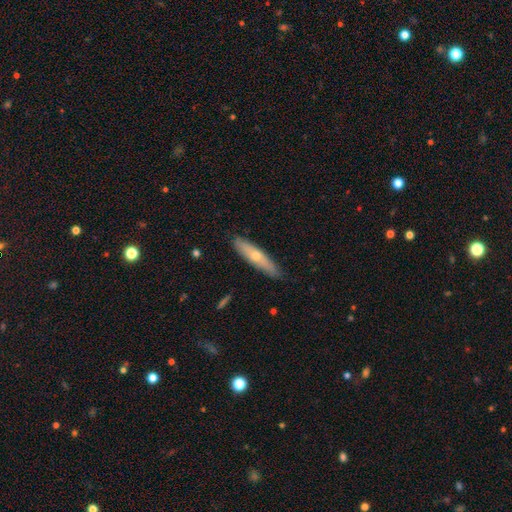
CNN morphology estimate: type=smooth (54%); roundness=cigar-shaped (79%); merging=none (85%).